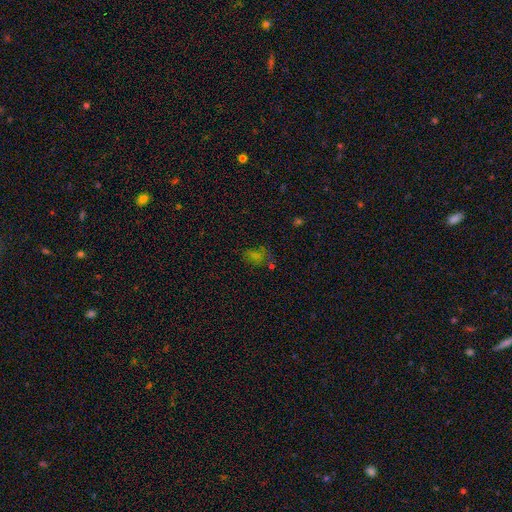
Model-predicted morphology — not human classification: Smooth or featured: smooth — 46% (star or artifact — 40%)
Merging: none — 57% (minor disturbance — 20%)